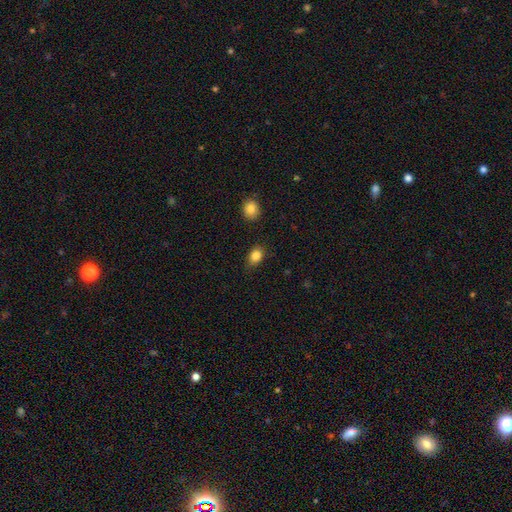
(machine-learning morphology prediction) Smooth or featured? Predicted: smooth (p=0.84). How rounded? Predicted: in between (p=0.72). Merging? Predicted: none (p=0.81).